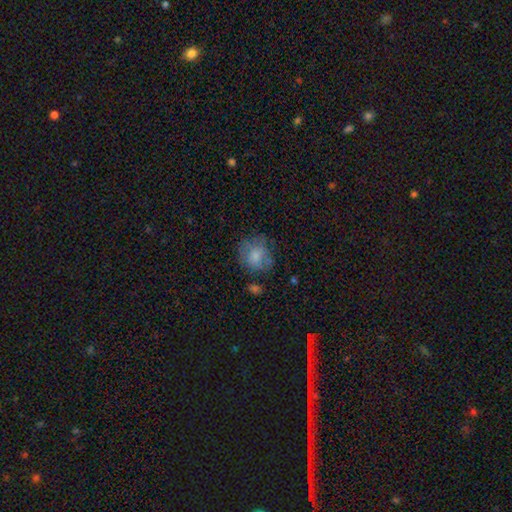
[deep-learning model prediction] Smooth or featured: smooth — 73% (featured or disk — 18%)
How rounded: round — 76% (in between — 23%)
Merging: none — 59% (minor disturbance — 24%)